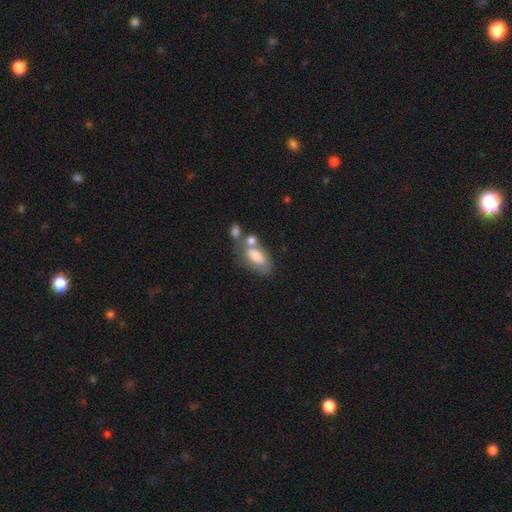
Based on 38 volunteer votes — A smooth galaxy with no disk features (68%) that is in between round and cigar-shaped (92%). Merging: merger (57%).